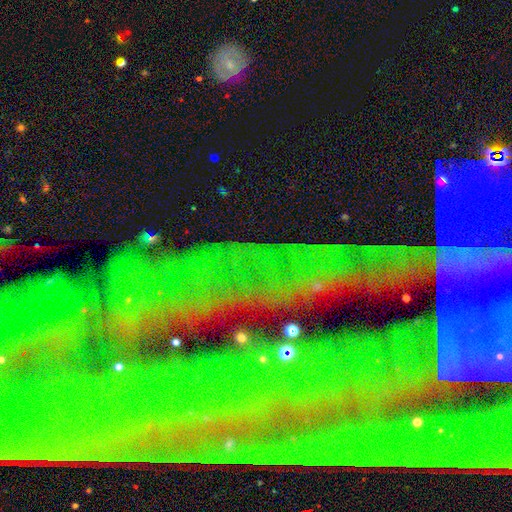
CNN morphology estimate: Smooth or featured: star or artifact — 77% (featured or disk — 14%)